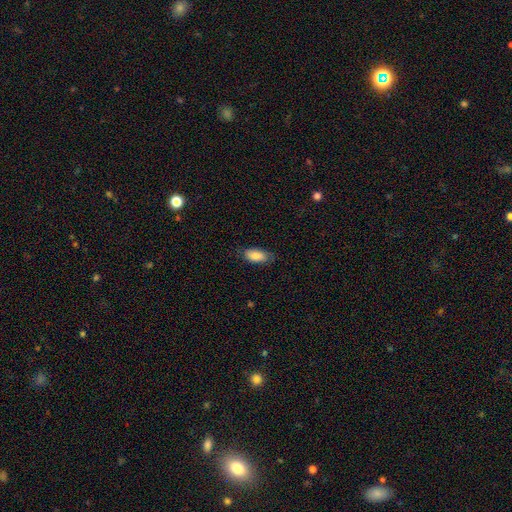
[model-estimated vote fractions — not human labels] Smooth or featured: smooth — 86% (featured or disk — 8%)
How rounded: in between — 90% (cigar-shaped — 7%)
Merging: none — 76% (minor disturbance — 19%)